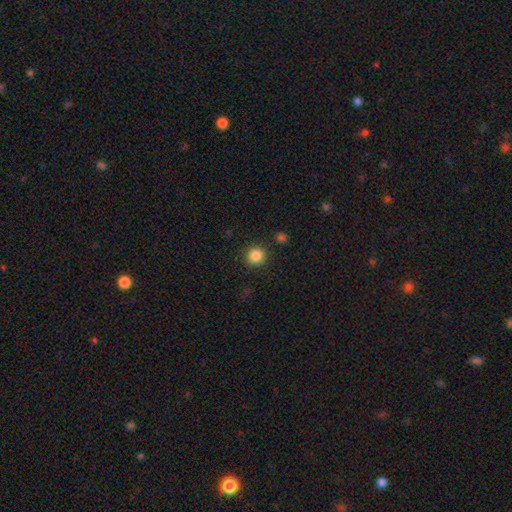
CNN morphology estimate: smooth-or-featured: smooth: 86% | star or artifact: 10% | featured or disk: 4%
  how-rounded: round: 92% | in between: 7% | cigar-shaped: 1%
  merging: none: 89% | minor disturbance: 6% | major disturbance: 2% | merger: 2%